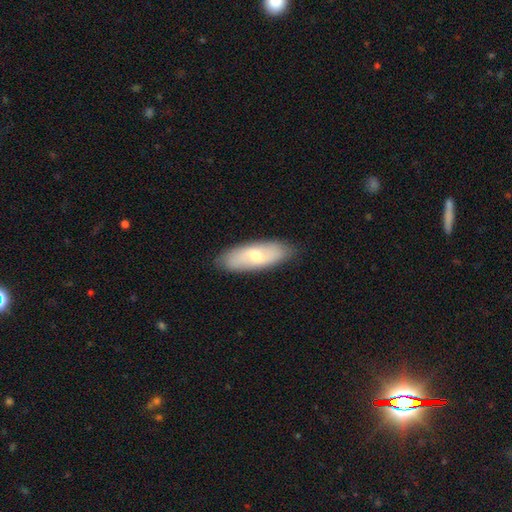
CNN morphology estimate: type=smooth (54%); roundness=in between (69%); merging=none (85%).